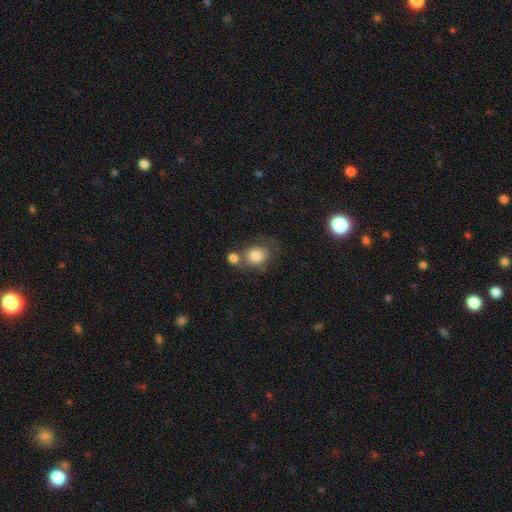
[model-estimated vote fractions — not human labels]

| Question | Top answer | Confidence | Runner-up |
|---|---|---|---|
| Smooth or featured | smooth | 81% | featured or disk (10%) |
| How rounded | round | 64% | in between (35%) |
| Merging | none | 47% | merger (31%) |